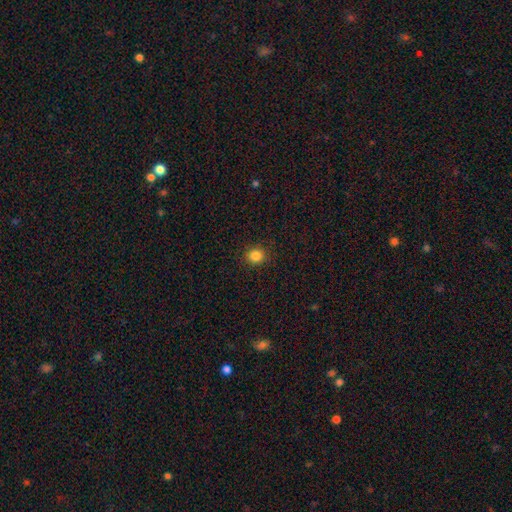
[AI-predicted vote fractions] Smooth or featured? Predicted: smooth (p=0.84). How rounded? Predicted: round (p=0.86). Merging? Predicted: none (p=0.91).